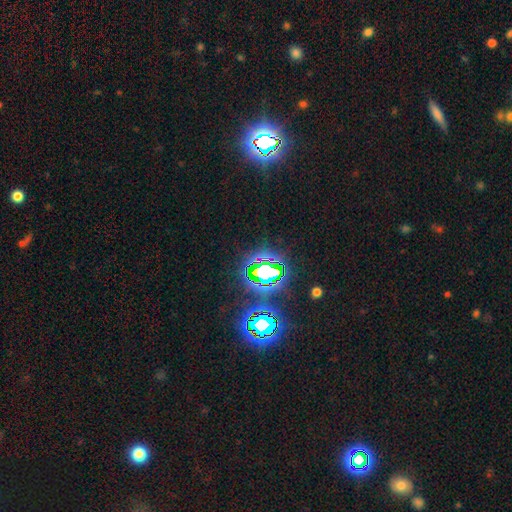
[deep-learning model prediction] This is clearly a star or artifact rather than a galaxy (80%).